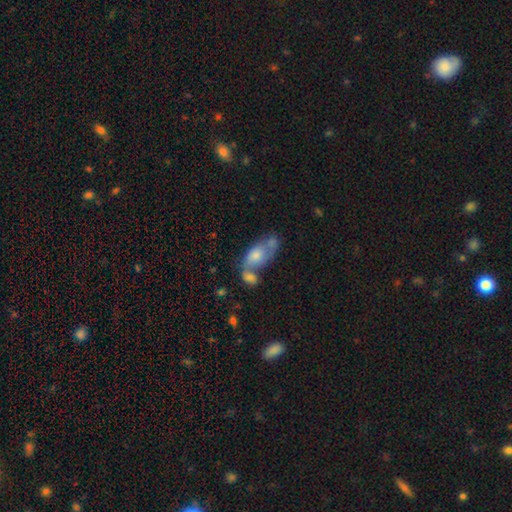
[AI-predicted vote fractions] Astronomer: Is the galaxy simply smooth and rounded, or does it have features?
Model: smooth — 57% (runner-up: featured or disk, 34%).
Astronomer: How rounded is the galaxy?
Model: in between — 85%.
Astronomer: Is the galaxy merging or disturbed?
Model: merger — 53%.